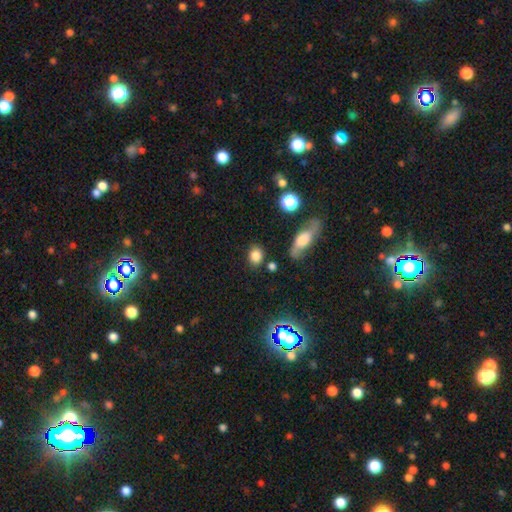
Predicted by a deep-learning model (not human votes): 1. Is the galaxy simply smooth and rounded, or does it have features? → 82% smooth, 11% star or artifact, 7% featured or disk.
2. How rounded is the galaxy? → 49% in between, 48% round, 2% cigar-shaped.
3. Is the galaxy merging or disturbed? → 78% none, 13% minor disturbance, 5% merger, 4% major disturbance.